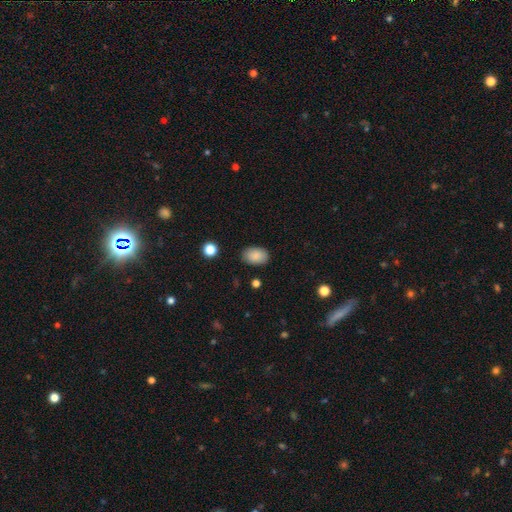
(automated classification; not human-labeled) A smooth galaxy with no disk features (88%) that is in between round and cigar-shaped (87%). Merging: none (85%).